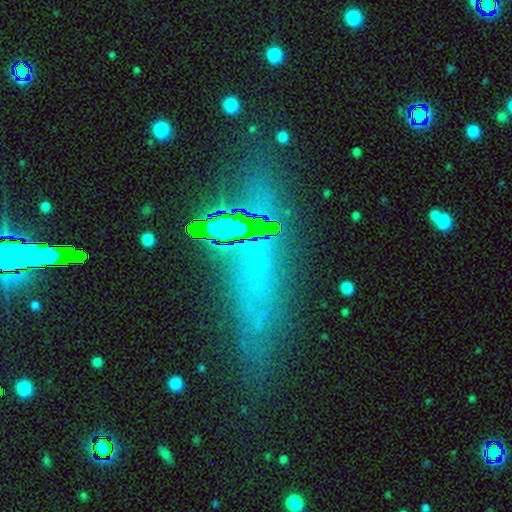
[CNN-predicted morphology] smooth_or_featured: star or artifact (p=0.37) [alt: smooth p=0.32]